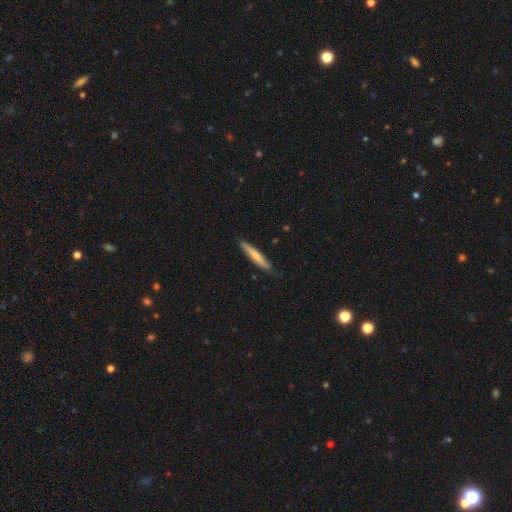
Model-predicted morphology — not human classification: Overall: smooth (64%; featured or disk 31%). How rounded: cigar-shaped (93%). Merging: none (83%).